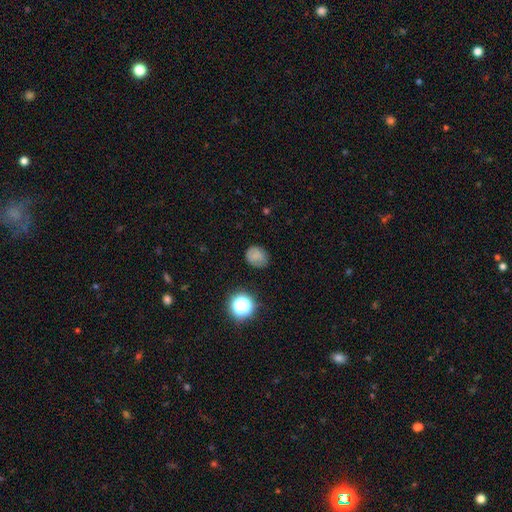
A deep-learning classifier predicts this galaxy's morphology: smooth-or-featured: smooth: 75% | star or artifact: 16% | featured or disk: 9%
  how-rounded: round: 62% | in between: 37% | cigar-shaped: 1%
  merging: none: 76% | minor disturbance: 18% | major disturbance: 5% | merger: 2%